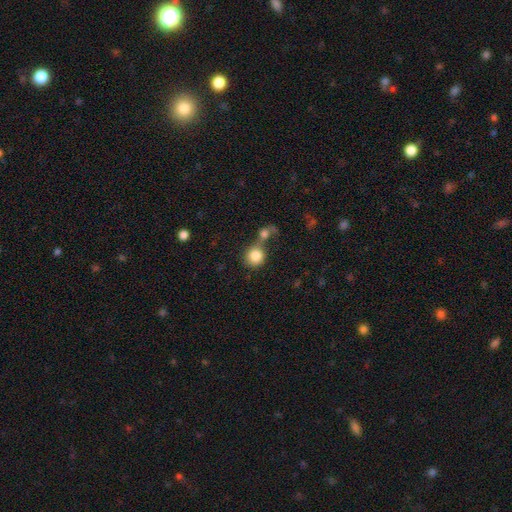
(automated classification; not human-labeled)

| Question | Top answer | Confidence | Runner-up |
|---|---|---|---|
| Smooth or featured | smooth | 83% | featured or disk (9%) |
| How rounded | round | 87% | in between (12%) |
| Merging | merger | 46% | none (39%) |